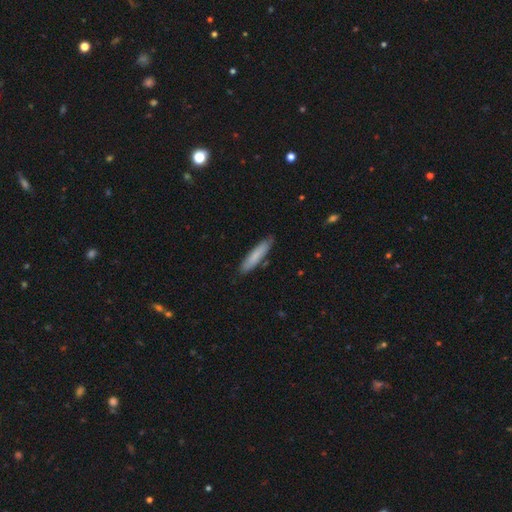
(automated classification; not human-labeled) smooth 79%, featured or disk 15%, star or artifact 6%. Down the decision tree: how rounded — cigar-shaped (86%); merging — none (84%).